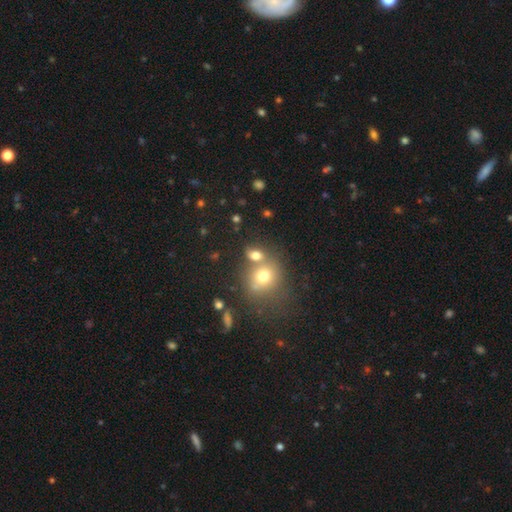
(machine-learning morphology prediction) Smooth or featured? smooth (72%)
How rounded? in between (52%)
Merging? none (43%)